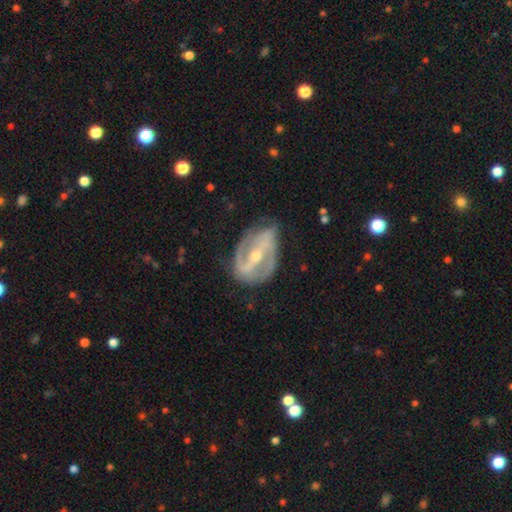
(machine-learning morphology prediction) featured or disk 88%, smooth 7%, star or artifact 5%. Down the decision tree: edge-on disk — no (96%); bar — strong (62%); spiral arms — yes (92%); spiral arm count — 2 (83%); spiral winding — medium (46%); bulge size — small (51%); merging — none (66%).